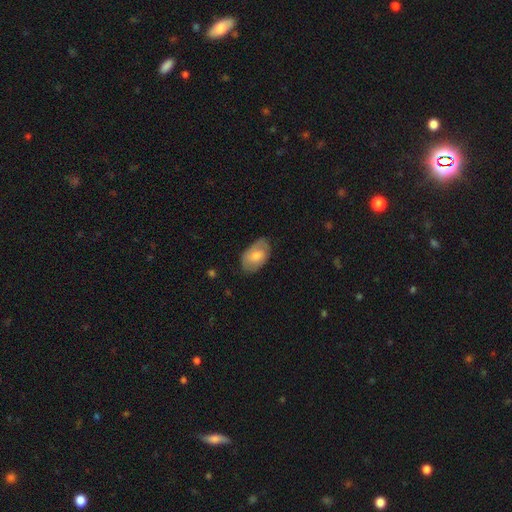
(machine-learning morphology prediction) smooth_or_featured: smooth (p=0.68) [alt: featured or disk p=0.26]
how_rounded: in between (p=0.92) [alt: round p=0.06]
merging: none (p=0.68) [alt: minor disturbance p=0.25]